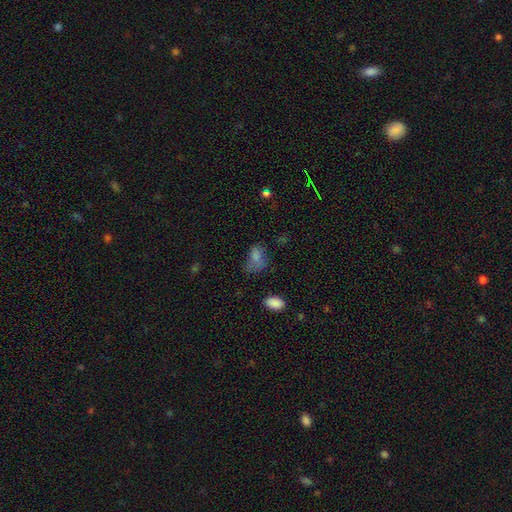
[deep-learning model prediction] The model was most divided on "merging": none: 37%, minor disturbance: 31%, major disturbance: 27%, merger: 5%. More confident: how rounded — in between (81%); smooth or featured — smooth (69%).